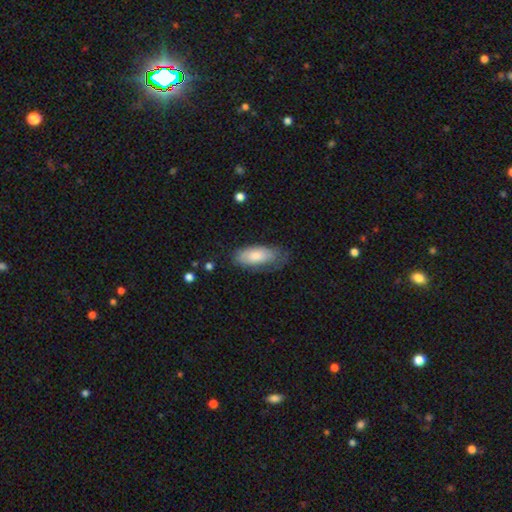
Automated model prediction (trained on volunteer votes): Smooth or featured? smooth (76%)
How rounded? in between (86%)
Merging? none (56%)